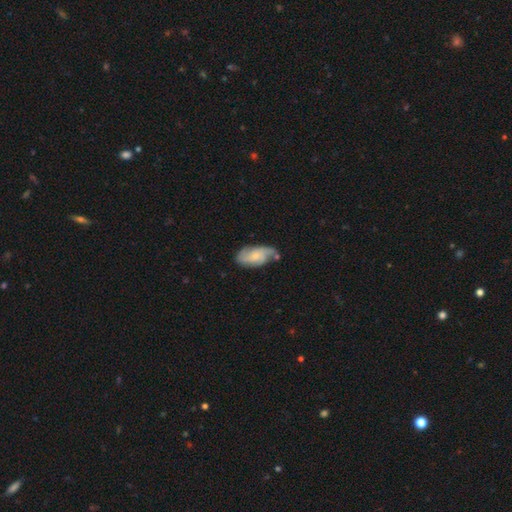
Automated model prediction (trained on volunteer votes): featured or disk 50%, smooth 43%, star or artifact 7%. Down the decision tree: edge-on disk — no (94%); merging — none (56%).